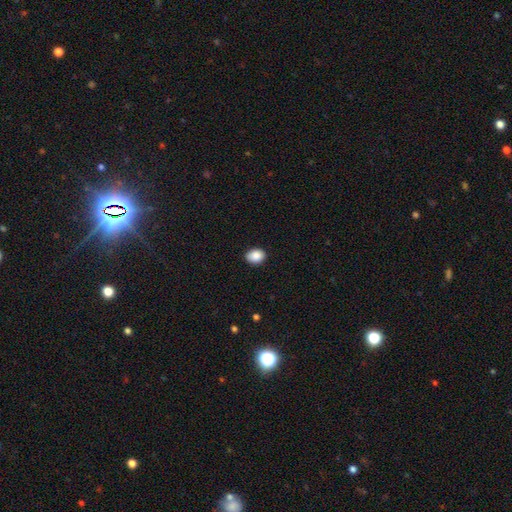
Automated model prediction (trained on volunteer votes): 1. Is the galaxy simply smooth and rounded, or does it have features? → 89% smooth, 8% star or artifact, 3% featured or disk.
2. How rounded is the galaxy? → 60% in between, 40% round, 1% cigar-shaped.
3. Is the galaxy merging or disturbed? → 87% none, 10% minor disturbance, 2% major disturbance, 1% merger.